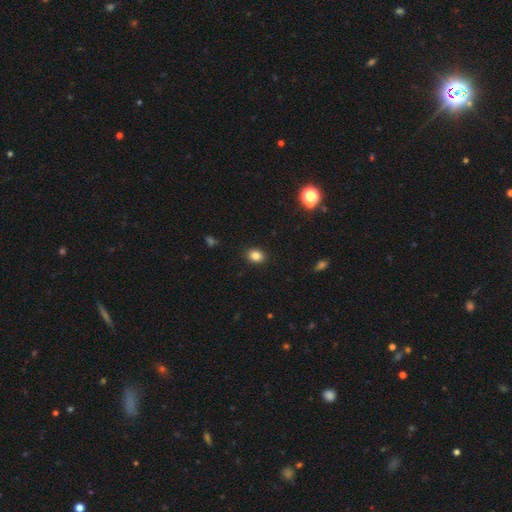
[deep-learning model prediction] smooth_or_featured: smooth (p=0.84) [alt: star or artifact p=0.11]
how_rounded: round (p=0.50) [alt: in between p=0.49]
merging: none (p=0.91) [alt: minor disturbance p=0.07]